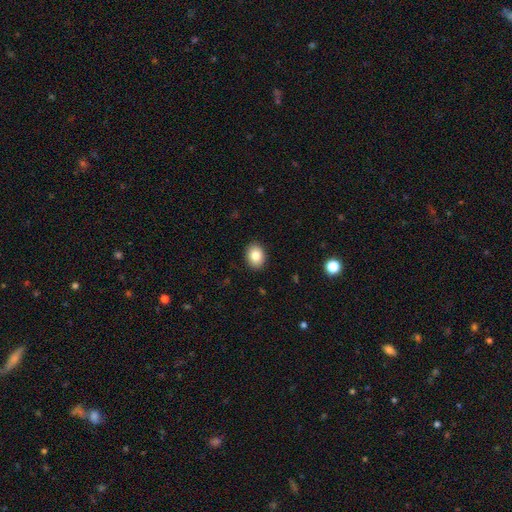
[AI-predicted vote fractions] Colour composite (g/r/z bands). It shows a smooth galaxy with no disk features (84%) that is in between round and cigar-shaped (63%). Merging: none (91%).